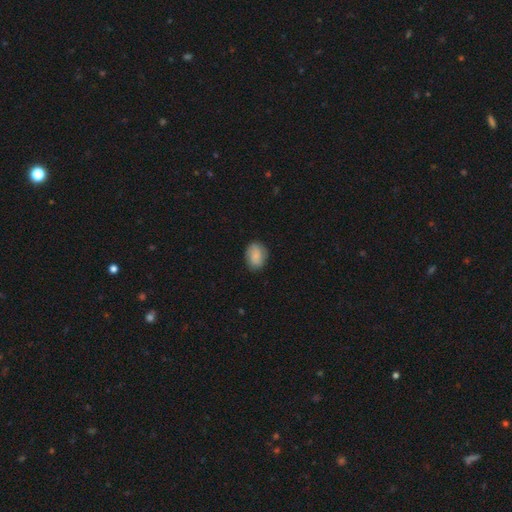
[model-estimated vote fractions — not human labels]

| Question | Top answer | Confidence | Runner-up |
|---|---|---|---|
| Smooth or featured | smooth | 79% | featured or disk (14%) |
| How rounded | in between | 67% | round (32%) |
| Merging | none | 81% | minor disturbance (14%) |